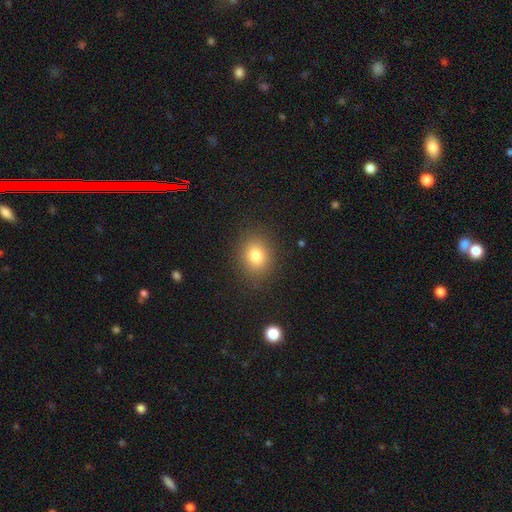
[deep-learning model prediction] Smooth or featured?
  - smooth: 79% *
  - star or artifact: 12%
  - featured or disk: 8%
How rounded?
  - round: 61% *
  - in between: 38%
  - cigar-shaped: 1%
Merging?
  - none: 87% *
  - minor disturbance: 8%
  - major disturbance: 3%
  - merger: 1%